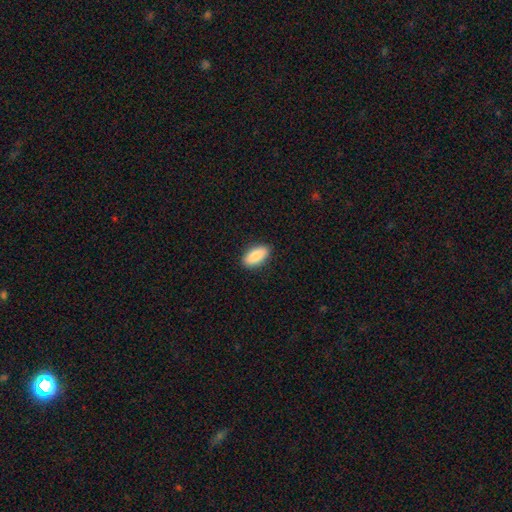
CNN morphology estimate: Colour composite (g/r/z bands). It shows a smooth galaxy with no disk features (88%) that is in between round and cigar-shaped (88%). Merging: none (89%).